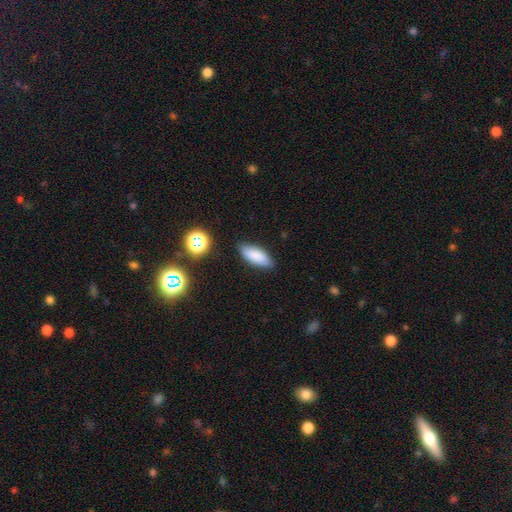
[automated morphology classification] Smooth or featured?
  - smooth: 84% *
  - star or artifact: 8%
  - featured or disk: 7%
How rounded?
  - in between: 80% *
  - cigar-shaped: 18%
  - round: 2%
Merging?
  - none: 83% *
  - minor disturbance: 13%
  - major disturbance: 3%
  - merger: 2%